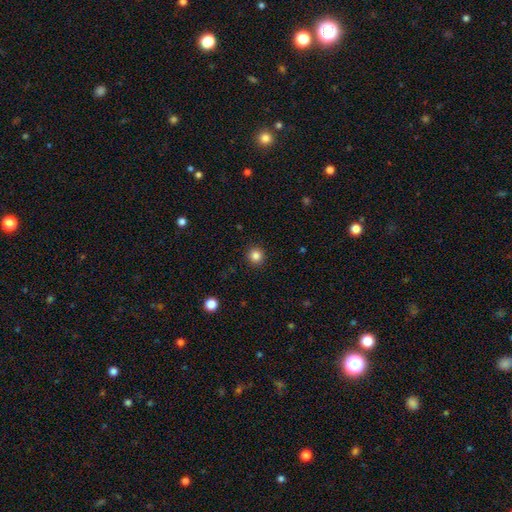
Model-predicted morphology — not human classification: Overall: smooth (84%). How rounded: round (95%). Merging: none (92%).